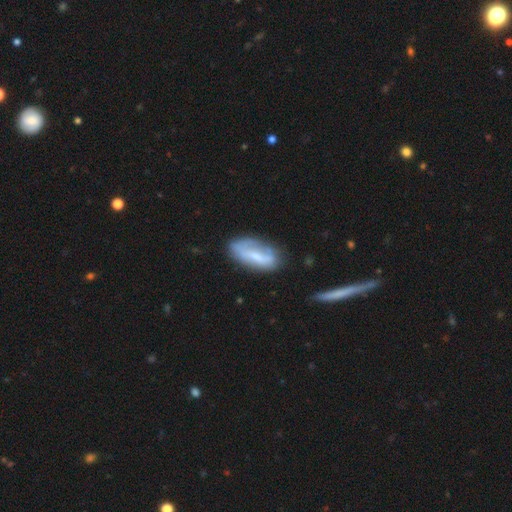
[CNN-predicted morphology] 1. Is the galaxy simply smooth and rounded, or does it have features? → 49% smooth, 44% featured or disk, 7% star or artifact.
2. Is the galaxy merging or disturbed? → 57% none, 27% minor disturbance, 11% major disturbance, 4% merger.